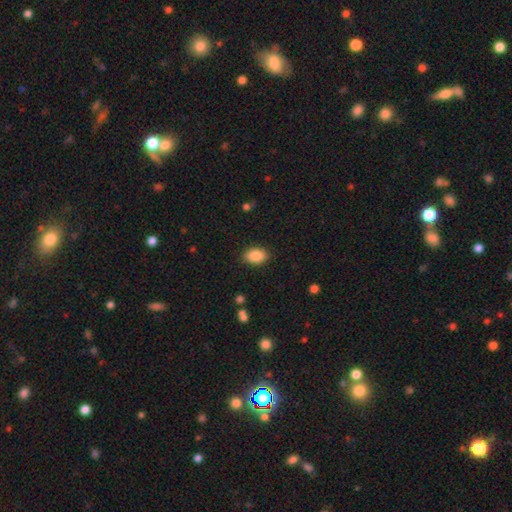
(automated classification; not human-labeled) Smooth or featured? smooth (88%)
How rounded? in between (88%)
Merging? none (88%)